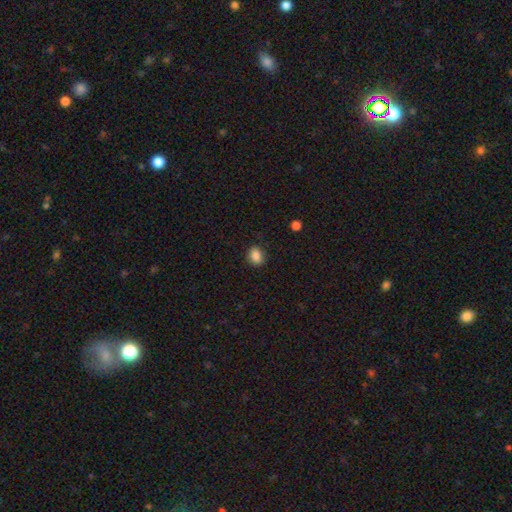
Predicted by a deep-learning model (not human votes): Smooth or featured? smooth (85%)
How rounded? in between (60%)
Merging? none (82%)